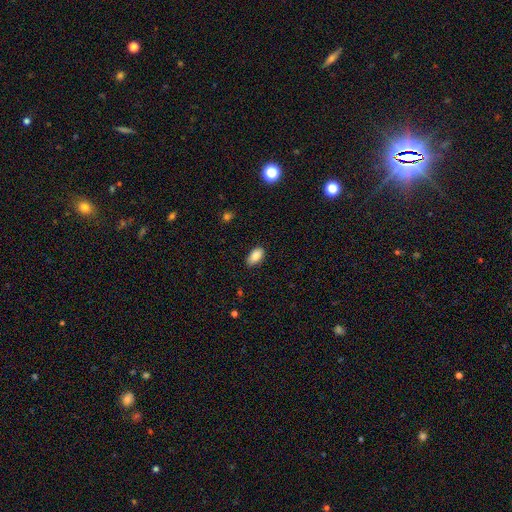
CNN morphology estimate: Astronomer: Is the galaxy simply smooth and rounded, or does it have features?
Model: smooth — 85%.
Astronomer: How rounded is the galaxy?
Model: in between — 93%.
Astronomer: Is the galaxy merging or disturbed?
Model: none — 86%.